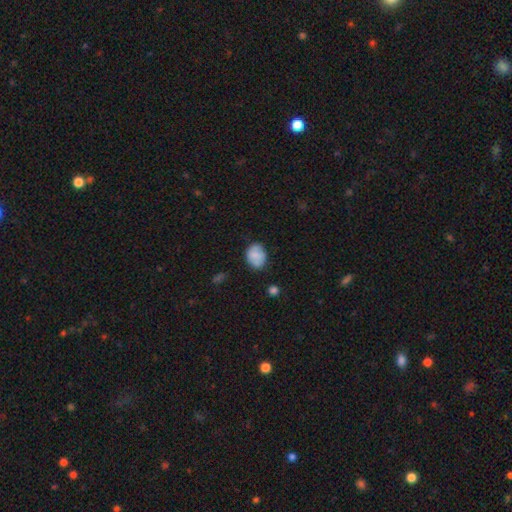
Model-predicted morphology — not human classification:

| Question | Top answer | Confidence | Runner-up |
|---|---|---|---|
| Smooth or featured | smooth | 78% | featured or disk (14%) |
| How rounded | in between | 60% | round (39%) |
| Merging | none | 70% | minor disturbance (22%) |